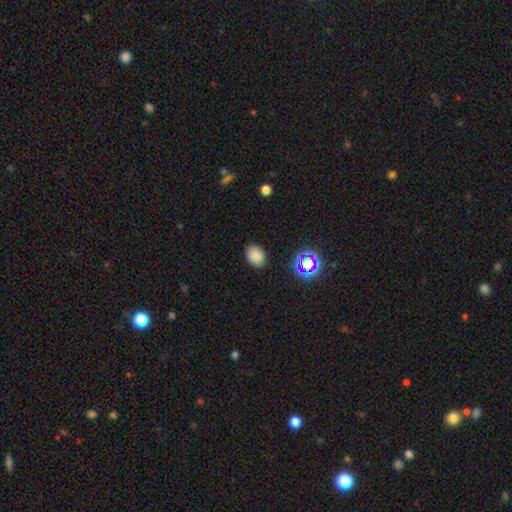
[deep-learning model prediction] smooth-or-featured: smooth: 81% | star or artifact: 15% | featured or disk: 5%
  how-rounded: in between: 66% | round: 34% | cigar-shaped: 1%
  merging: none: 87% | minor disturbance: 10% | major disturbance: 3% | merger: 1%